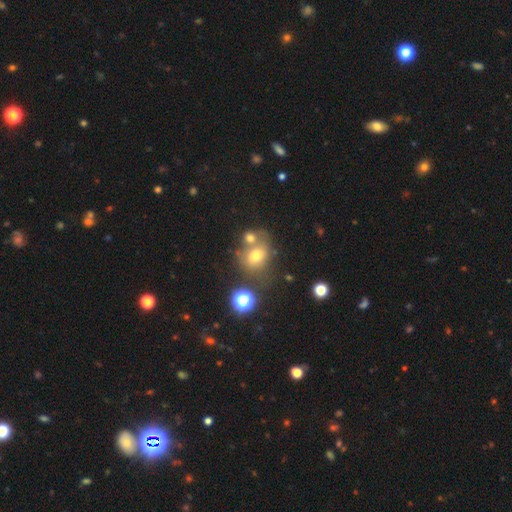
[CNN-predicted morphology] smooth 67%, star or artifact 17%, featured or disk 16%. Down the decision tree: how rounded — round (62%); merging — none (49%).